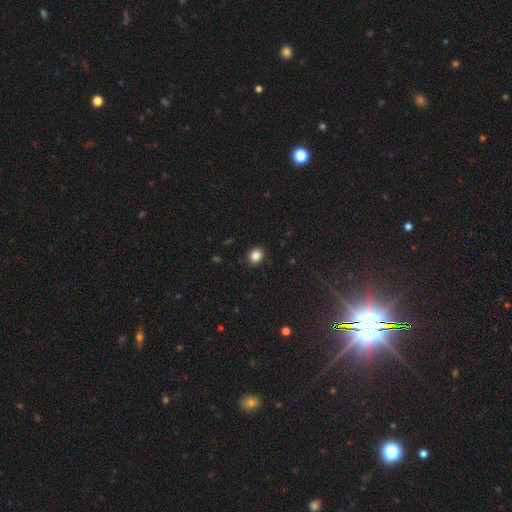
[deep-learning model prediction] smooth-or-featured: smooth: 84% | star or artifact: 11% | featured or disk: 5%
  how-rounded: round: 72% | in between: 27% | cigar-shaped: 1%
  merging: none: 91% | minor disturbance: 7% | major disturbance: 2% | merger: 1%